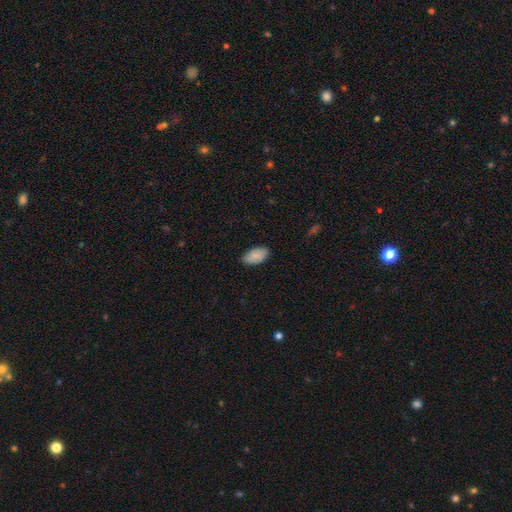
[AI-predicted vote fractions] Overall: smooth (88%). How rounded: in between (95%). Merging: none (82%).